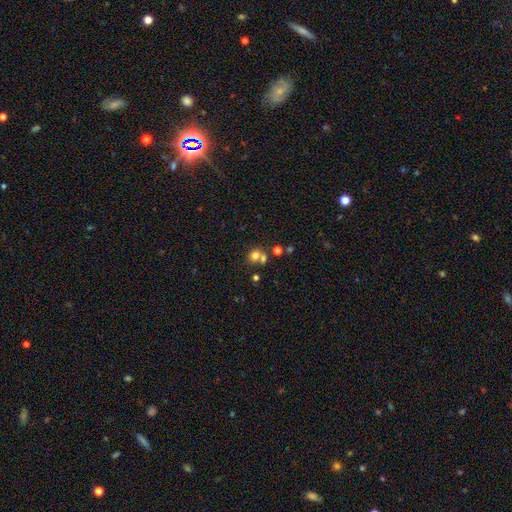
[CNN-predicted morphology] Smooth or featured?
  - smooth: 71% *
  - star or artifact: 16%
  - featured or disk: 13%
How rounded?
  - round: 67% *
  - in between: 32%
  - cigar-shaped: 1%
Merging?
  - none: 45% *
  - merger: 41%
  - minor disturbance: 9%
  - major disturbance: 5%